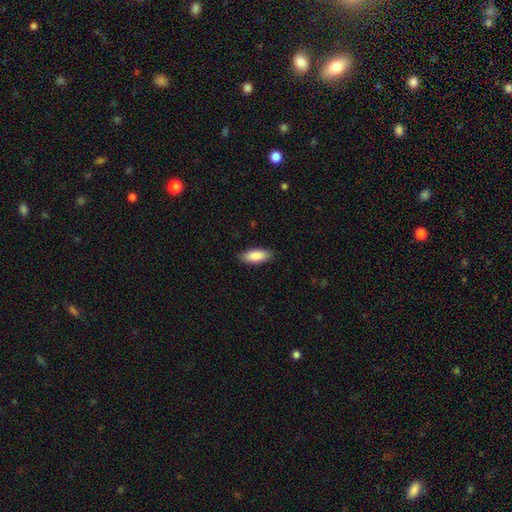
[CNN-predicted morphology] A smooth galaxy with no disk features (88%) that is in between round and cigar-shaped (81%).

Vote fractions:
- Smooth or featured? smooth: 88% / featured or disk: 6% / star or artifact: 6%
- How rounded? in between: 81% / cigar-shaped: 17% / round: 2%
- Merging? none: 87% / minor disturbance: 10% / major disturbance: 2% / merger: 1%